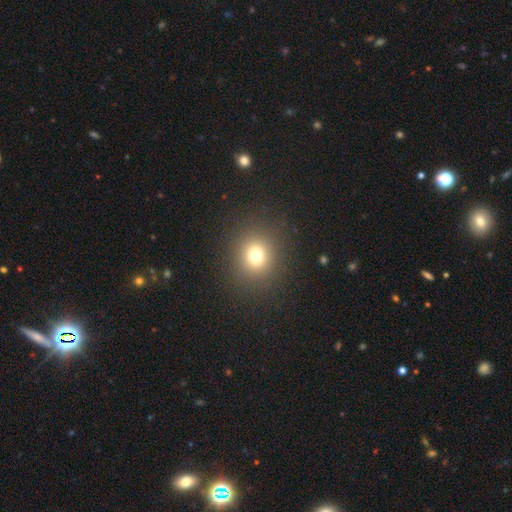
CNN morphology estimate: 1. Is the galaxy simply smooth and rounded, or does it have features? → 74% smooth, 17% star or artifact, 9% featured or disk.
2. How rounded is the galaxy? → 84% round, 15% in between, 1% cigar-shaped.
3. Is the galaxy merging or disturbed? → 89% none, 6% minor disturbance, 4% major disturbance, 1% merger.